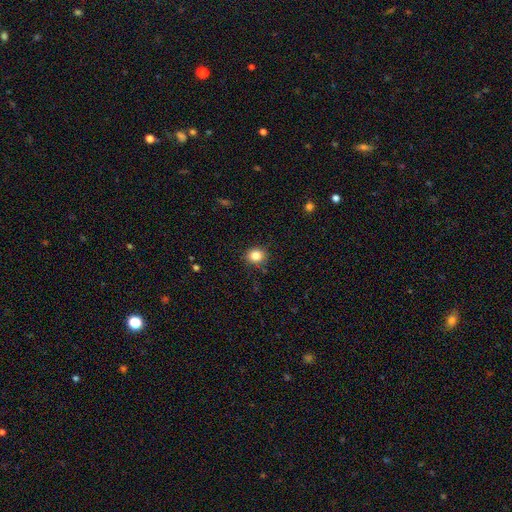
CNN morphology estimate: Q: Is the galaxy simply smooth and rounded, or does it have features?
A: smooth — 85%.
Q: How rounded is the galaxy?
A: round — 73%.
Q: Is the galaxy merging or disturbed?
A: none — 88%.